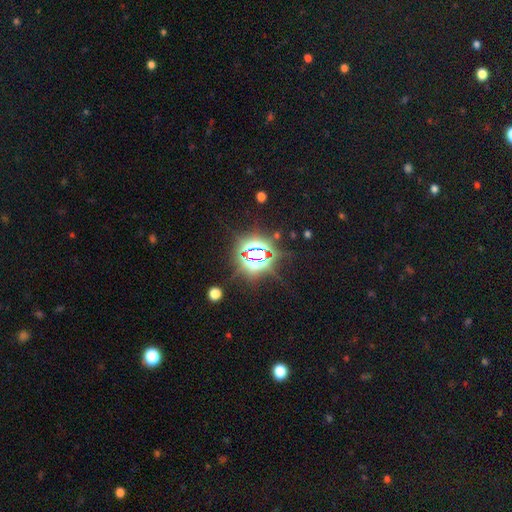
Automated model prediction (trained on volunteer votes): Smooth or featured? star or artifact (81%)